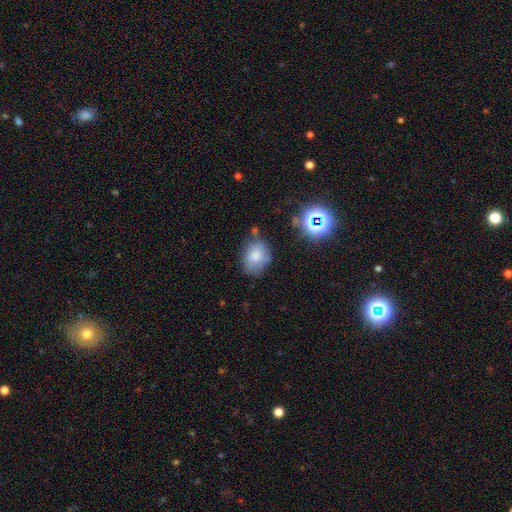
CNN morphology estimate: Smooth or featured? Predicted: smooth (p=0.73). How rounded? Predicted: in between (p=0.69). Merging? Predicted: none (p=0.59).